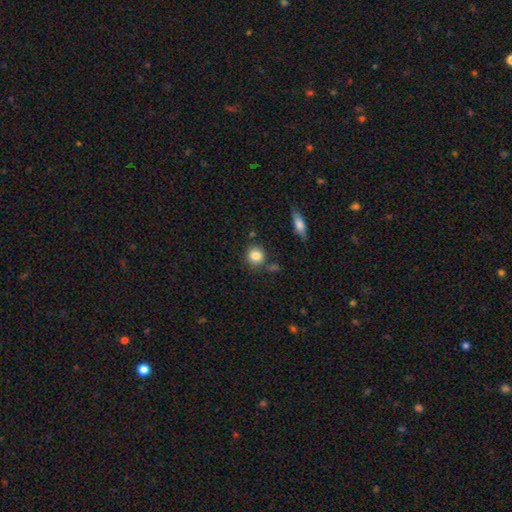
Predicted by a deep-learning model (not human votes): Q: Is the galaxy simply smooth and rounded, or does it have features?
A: smooth — 84%.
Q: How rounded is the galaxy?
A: round — 84%.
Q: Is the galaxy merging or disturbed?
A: none — 78%.